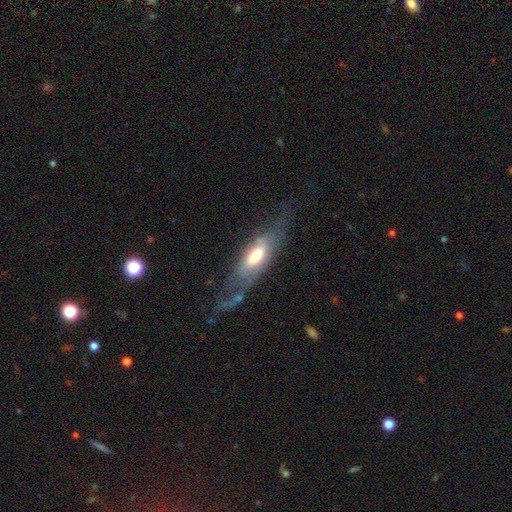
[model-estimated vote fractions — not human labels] The model was most divided on "smooth or featured": featured or disk: 51%, smooth: 43%, star or artifact: 6%. Remaining: edge-on disk — no (61%); merging — none (47%).